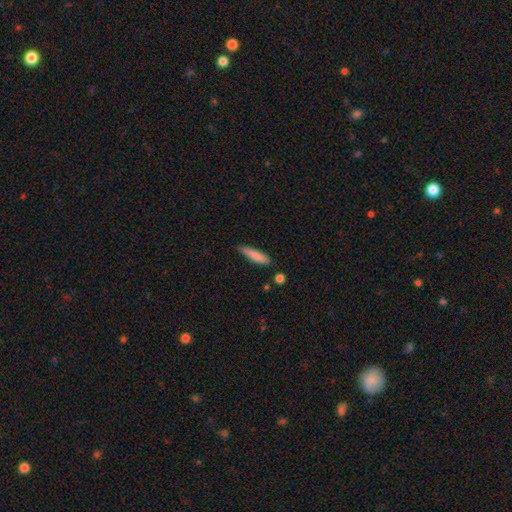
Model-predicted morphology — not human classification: smooth 82%, featured or disk 12%, star or artifact 6%. Down the decision tree: how rounded — cigar-shaped (84%); merging — none (78%).